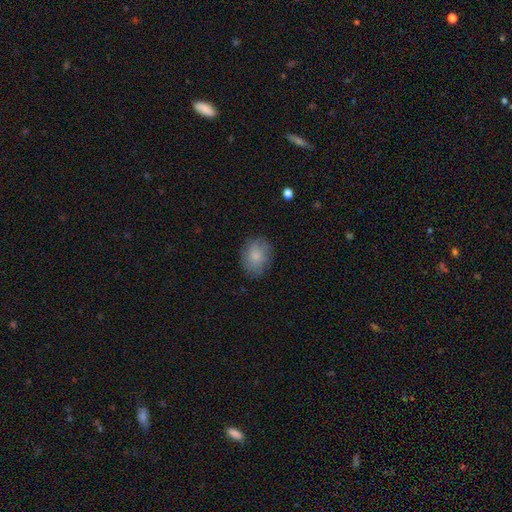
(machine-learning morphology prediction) smooth 77%, featured or disk 16%, star or artifact 7%. Down the decision tree: how rounded — in between (57%); merging — none (76%).